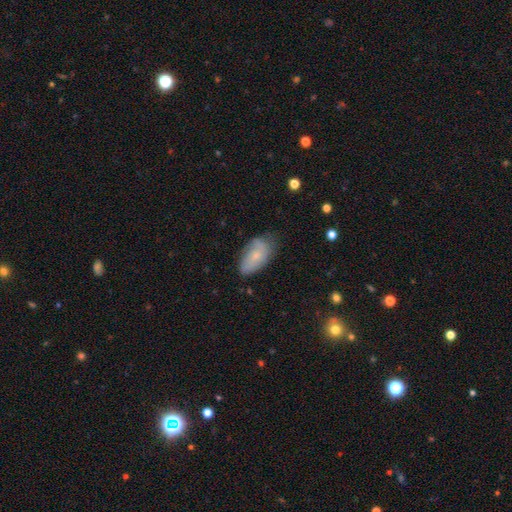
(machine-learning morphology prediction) A smooth galaxy with no disk features (67%) that is in between round and cigar-shaped (93%).

Vote fractions:
- Smooth or featured? smooth: 67% / featured or disk: 26% / star or artifact: 7%
- How rounded? in between: 93% / cigar-shaped: 4% / round: 3%
- Merging? none: 57% / minor disturbance: 32% / major disturbance: 8% / merger: 2%